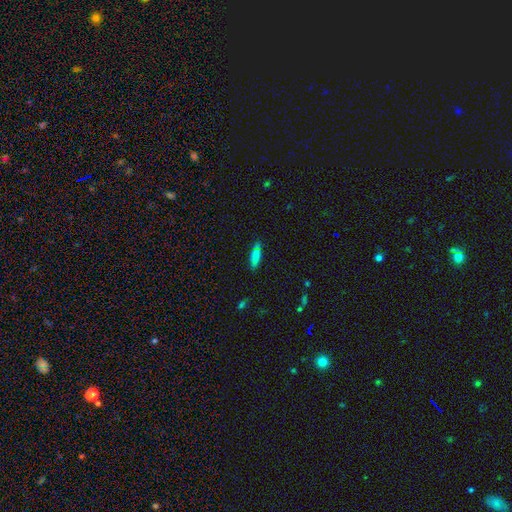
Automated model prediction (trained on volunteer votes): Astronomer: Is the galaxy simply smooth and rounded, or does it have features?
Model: smooth — 81%.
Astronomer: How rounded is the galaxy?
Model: cigar-shaped — 73%.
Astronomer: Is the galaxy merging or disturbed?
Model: none — 85%.